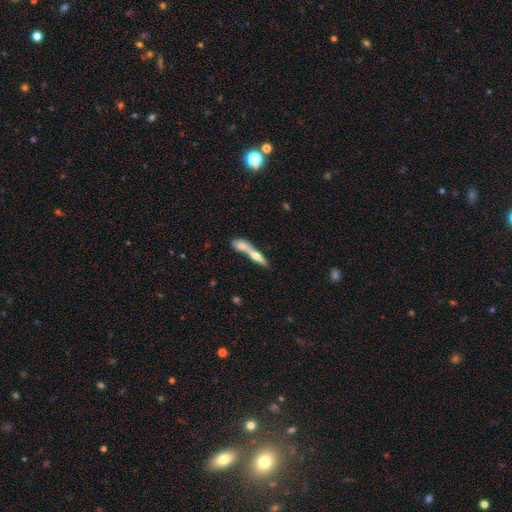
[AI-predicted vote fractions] smooth_or_featured: smooth (p=0.49) [alt: featured or disk p=0.44]
merging: merger (p=0.57) [alt: none p=0.31]